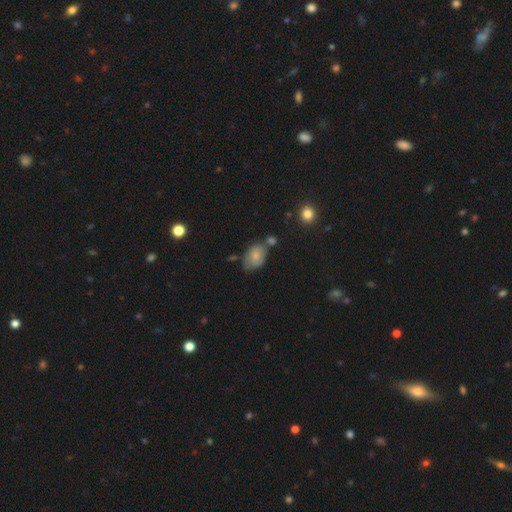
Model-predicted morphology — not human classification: smooth-or-featured: smooth: 67% | featured or disk: 23% | star or artifact: 9%
  how-rounded: in between: 80% | round: 18% | cigar-shaped: 1%
  merging: none: 48% | minor disturbance: 28% | merger: 16% | major disturbance: 8%